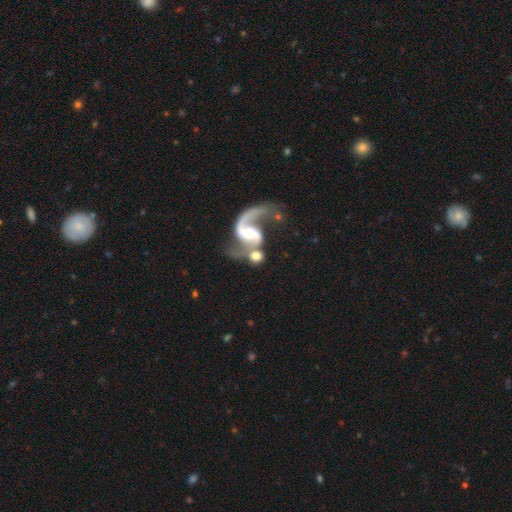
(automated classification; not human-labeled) Morphology: type=featured or disk (82%); edge-on=no (97%); bar=no (45%); spiral arms=yes (94%); winding=loose (71%); arm count=2 (76%); bulge=moderate (47%); merging=merger (40%).